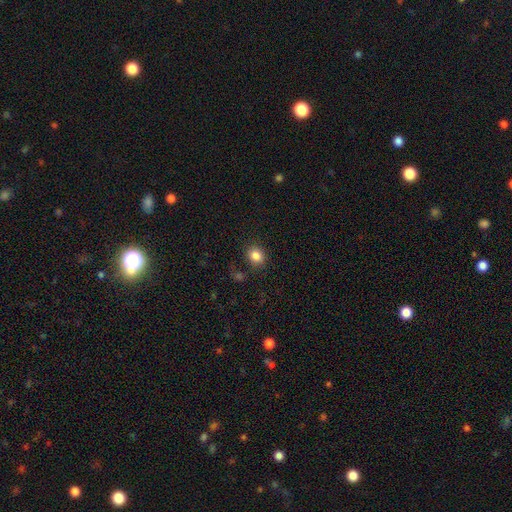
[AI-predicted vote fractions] Morphology: type=smooth (84%); roundness=round (66%); merging=none (82%).